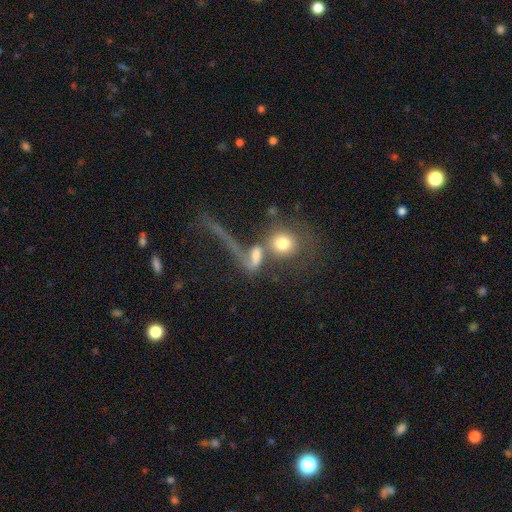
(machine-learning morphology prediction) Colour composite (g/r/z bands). It shows a smooth galaxy with no disk features (56%) that is round (42%, tied with in between). Merging: merger (48%).